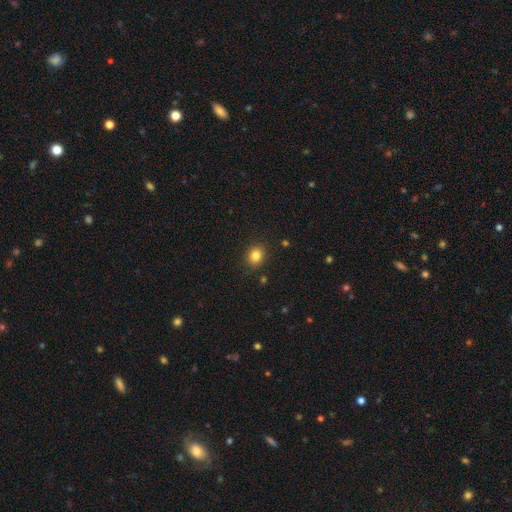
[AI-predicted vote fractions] Overall: smooth (83%). How rounded: round (69%; in between 30%). Merging: none (89%).